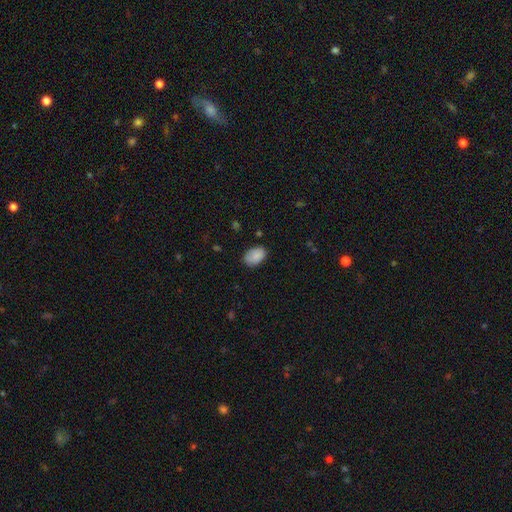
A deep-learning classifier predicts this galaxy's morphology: smooth-or-featured: smooth: 88% | star or artifact: 7% | featured or disk: 5%
  how-rounded: in between: 88% | round: 11% | cigar-shaped: 1%
  merging: none: 80% | minor disturbance: 16% | major disturbance: 3% | merger: 1%